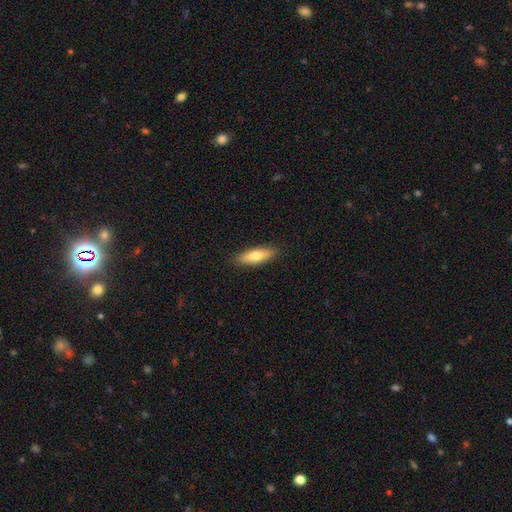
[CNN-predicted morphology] smooth_or_featured: smooth (p=0.71) [alt: featured or disk p=0.23]
how_rounded: cigar-shaped (p=0.52) [alt: in between p=0.46]
merging: none (p=0.88) [alt: minor disturbance p=0.09]